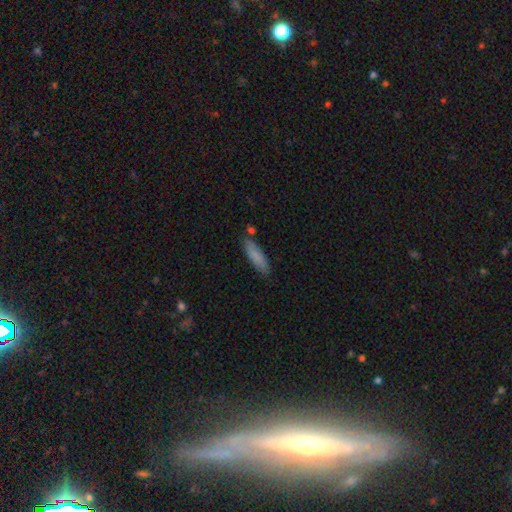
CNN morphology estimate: Smooth or featured?
  - smooth: 83% *
  - featured or disk: 11%
  - star or artifact: 6%
How rounded?
  - cigar-shaped: 65% *
  - in between: 33%
  - round: 1%
Merging?
  - none: 80% *
  - minor disturbance: 13%
  - merger: 4%
  - major disturbance: 2%